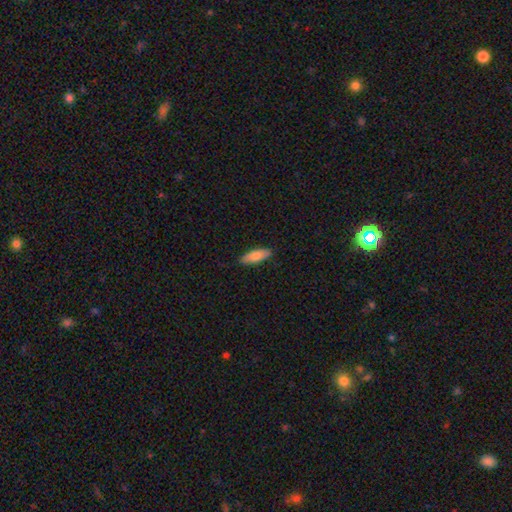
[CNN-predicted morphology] Smooth or featured?
  - smooth: 78% *
  - featured or disk: 16%
  - star or artifact: 6%
How rounded?
  - in between: 60% *
  - cigar-shaped: 38%
  - round: 2%
Merging?
  - none: 89% *
  - minor disturbance: 9%
  - major disturbance: 2%
  - merger: 1%